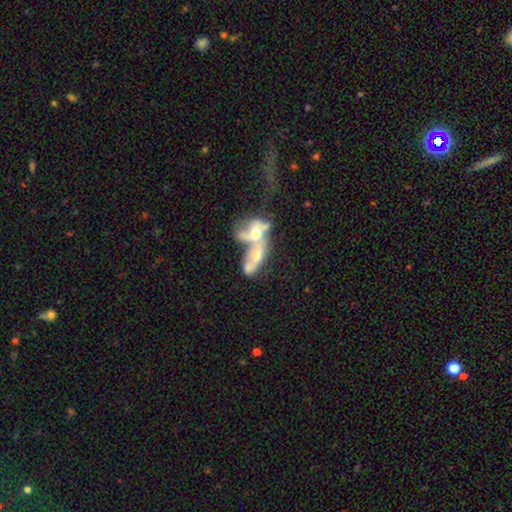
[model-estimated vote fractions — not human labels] Morphology: type=featured or disk (50%); merging=merger (80%).